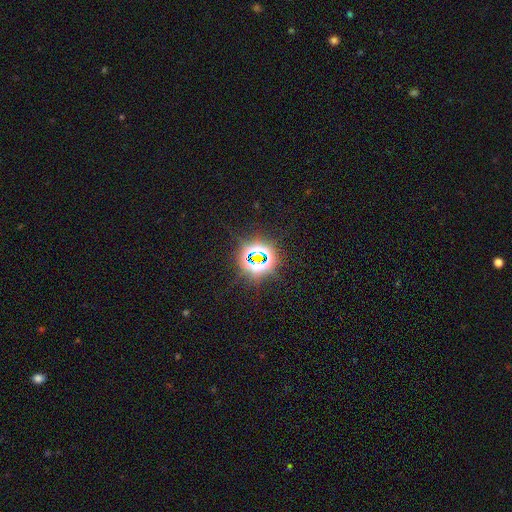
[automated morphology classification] A star or artifact, not a galaxy (79%).